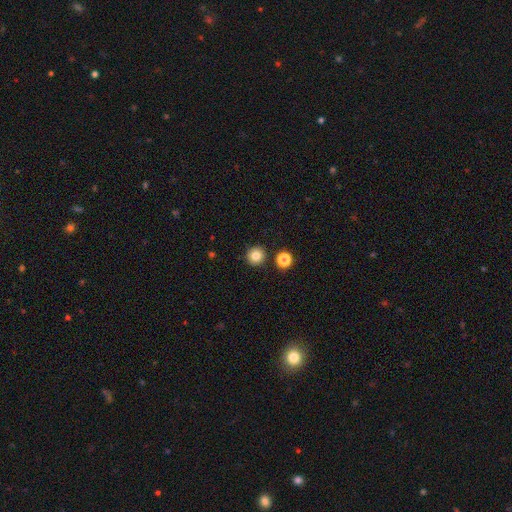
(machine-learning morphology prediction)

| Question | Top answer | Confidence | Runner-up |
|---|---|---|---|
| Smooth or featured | smooth | 82% | star or artifact (12%) |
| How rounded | round | 95% | in between (4%) |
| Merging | none | 90% | minor disturbance (5%) |